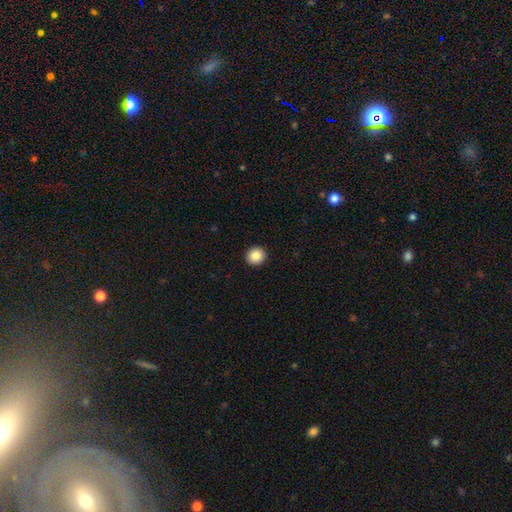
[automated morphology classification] Smooth or featured? Predicted: smooth (p=0.87). How rounded? Predicted: round (p=0.92). Merging? Predicted: none (p=0.93).